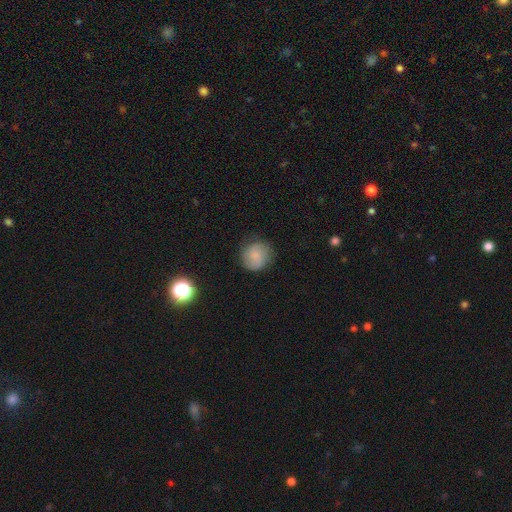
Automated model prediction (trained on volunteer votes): A smooth galaxy with no disk features (71%) that is round (88%). Merging: none (79%).